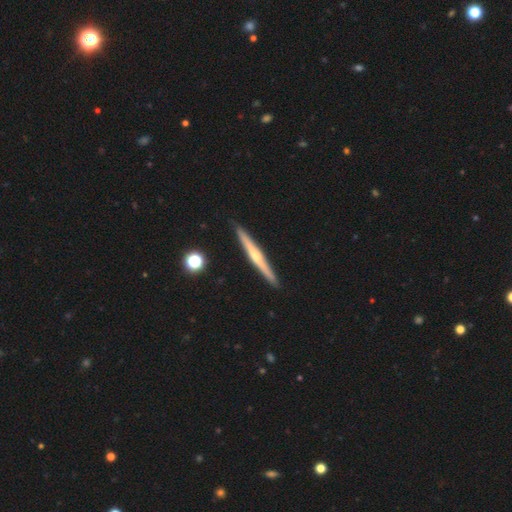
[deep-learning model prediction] This is likely a featured or disk galaxy (72%). It is clearly viewed edge-on (98%). Edge-on bulge: likely rounded (78%). Merging: clearly none (92%).